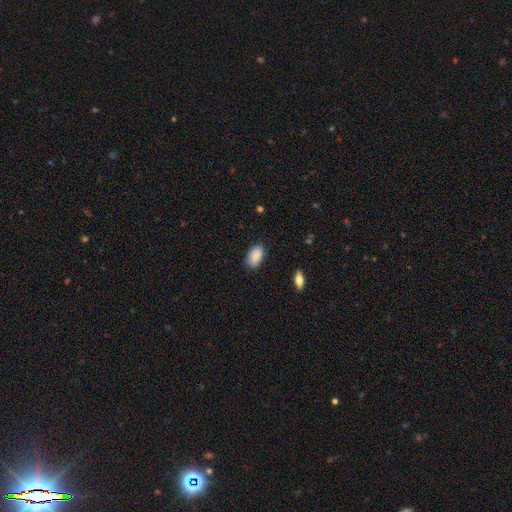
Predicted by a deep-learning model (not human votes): A smooth galaxy with no disk features (88%) that is in between round and cigar-shaped (93%).

Vote fractions:
- Smooth or featured? smooth: 88% / star or artifact: 7% / featured or disk: 5%
- How rounded? in between: 93% / round: 5% / cigar-shaped: 2%
- Merging? none: 81% / minor disturbance: 15% / major disturbance: 3% / merger: 1%